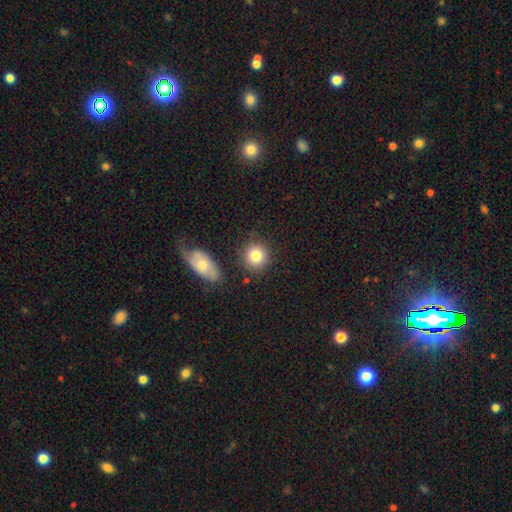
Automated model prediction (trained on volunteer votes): This is clearly a smooth galaxy (82%). How rounded: clearly round (88%). Merging: clearly none (81%).